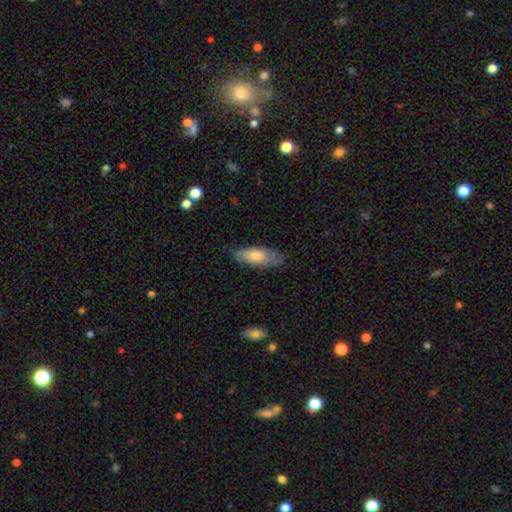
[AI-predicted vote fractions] Smooth or featured: smooth — 68% (featured or disk — 27%)
How rounded: in between — 69% (cigar-shaped — 29%)
Merging: none — 75% (minor disturbance — 20%)